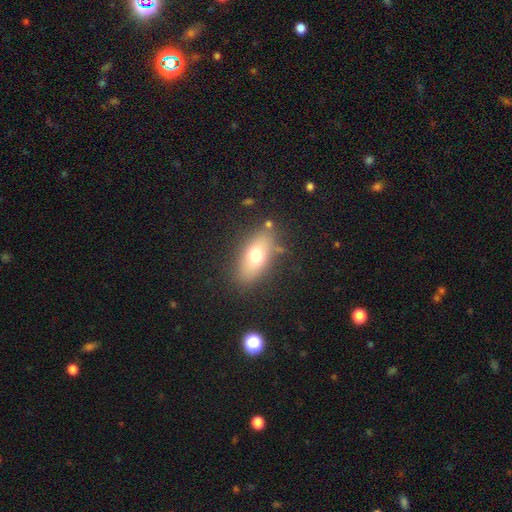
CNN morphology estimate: Smooth or featured?
  - smooth: 67% *
  - featured or disk: 23%
  - star or artifact: 10%
How rounded?
  - in between: 79% *
  - cigar-shaped: 11%
  - round: 10%
Merging?
  - none: 78% *
  - minor disturbance: 13%
  - major disturbance: 5%
  - merger: 3%